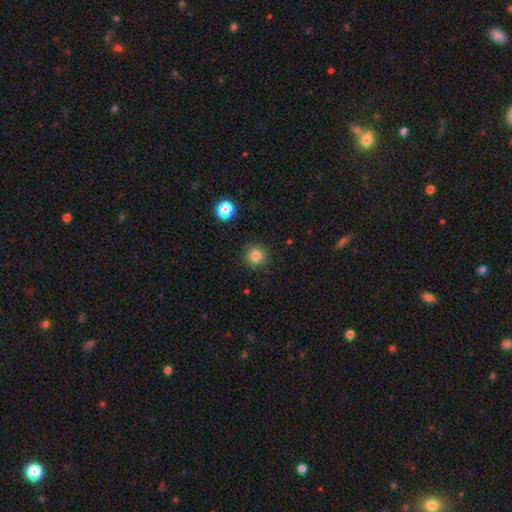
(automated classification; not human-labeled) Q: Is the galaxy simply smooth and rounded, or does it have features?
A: smooth — 82%.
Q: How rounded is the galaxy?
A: round — 94%.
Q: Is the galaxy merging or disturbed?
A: none — 89%.